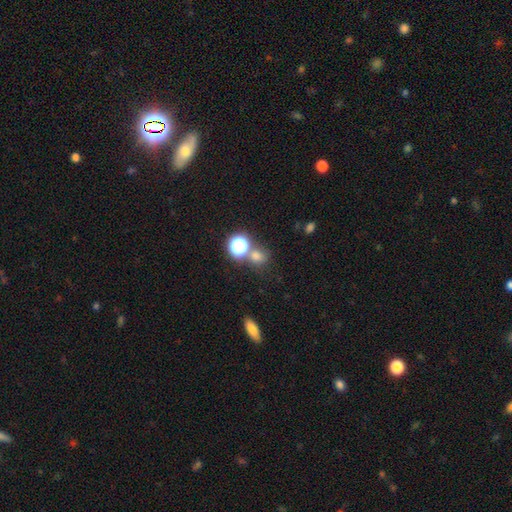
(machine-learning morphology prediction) type=smooth (70%); roundness=round (78%); merging=none (62%).